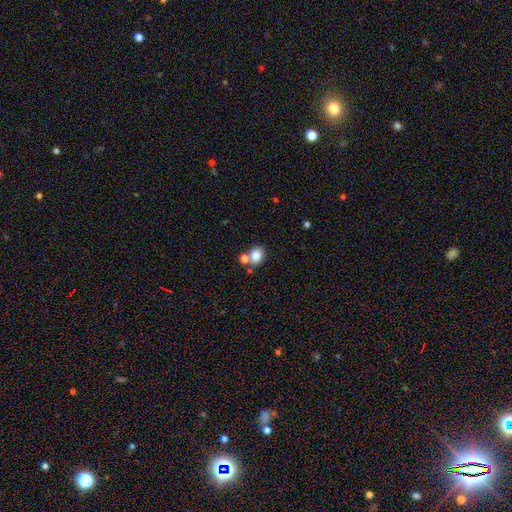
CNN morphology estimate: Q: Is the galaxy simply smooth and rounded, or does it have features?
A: smooth — 83%.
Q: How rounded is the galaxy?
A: round — 53%.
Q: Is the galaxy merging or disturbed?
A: none — 55%.